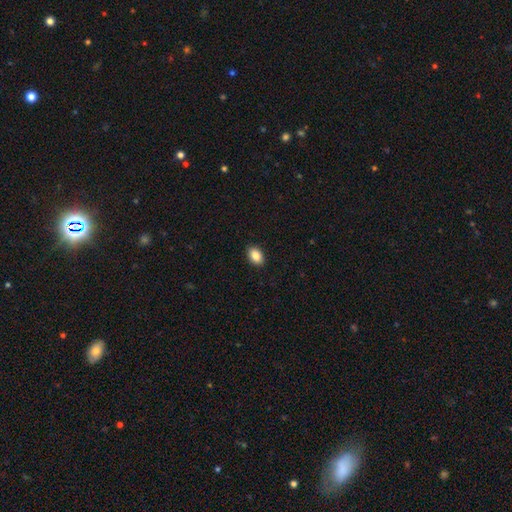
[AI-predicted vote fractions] Morphology: type=smooth (86%); roundness=in between (85%); merging=none (91%).